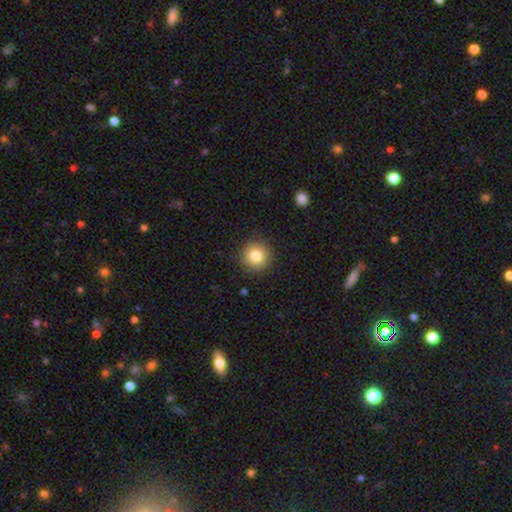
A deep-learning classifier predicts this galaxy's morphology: Overall: smooth (82%). How rounded: round (95%). Merging: none (91%).